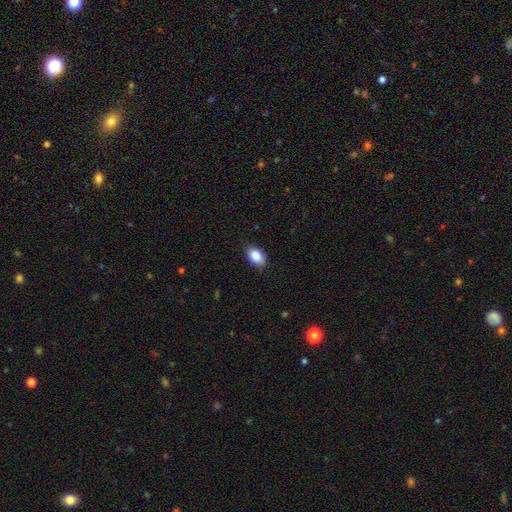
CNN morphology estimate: smooth 86%, star or artifact 7%, featured or disk 6%. Down the decision tree: how rounded — in between (88%); merging — none (85%).